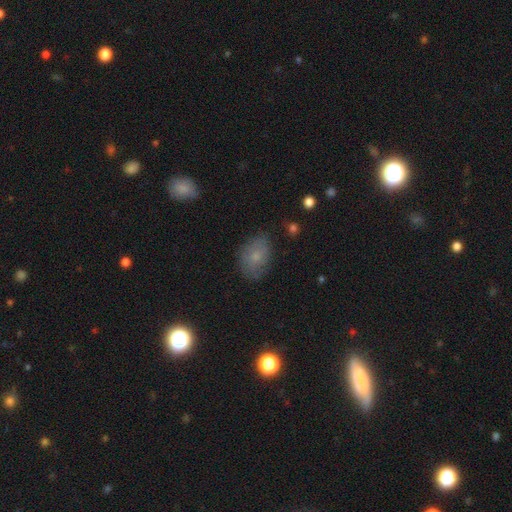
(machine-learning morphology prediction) smooth-or-featured: smooth: 68% | featured or disk: 21% | star or artifact: 11%
  how-rounded: in between: 78% | round: 21% | cigar-shaped: 1%
  merging: none: 75% | minor disturbance: 19% | major disturbance: 5% | merger: 1%